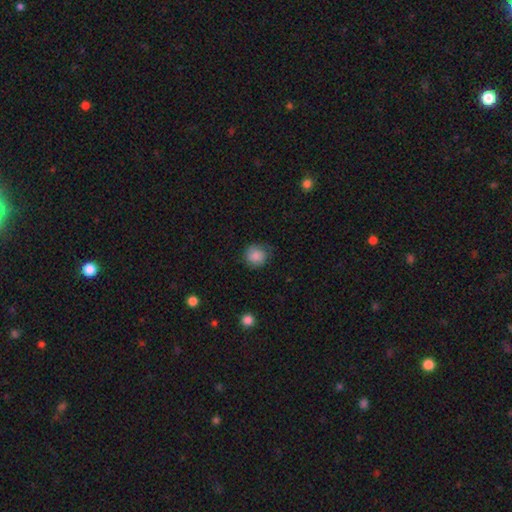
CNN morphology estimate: Smooth or featured?
  - smooth: 83% *
  - featured or disk: 9%
  - star or artifact: 8%
How rounded?
  - round: 86% *
  - in between: 13%
  - cigar-shaped: 1%
Merging?
  - none: 71% *
  - minor disturbance: 22%
  - major disturbance: 6%
  - merger: 1%